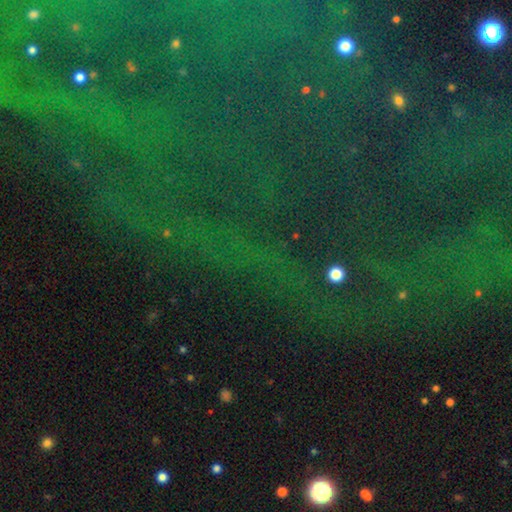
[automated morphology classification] Smooth or featured? Predicted: star or artifact (p=0.81).